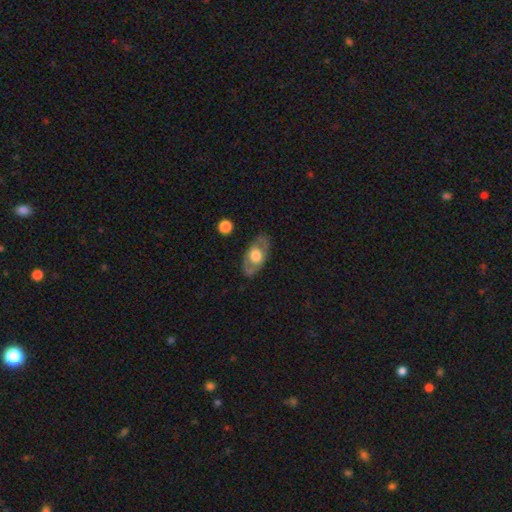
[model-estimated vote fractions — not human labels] A featured or disk galaxy (47%, tied with smooth).

Vote fractions:
- Smooth or featured? featured or disk: 47% (tied) / smooth: 47% (tied) / star or artifact: 6%
- Merging? none: 80% / minor disturbance: 15% / major disturbance: 4% / merger: 1%